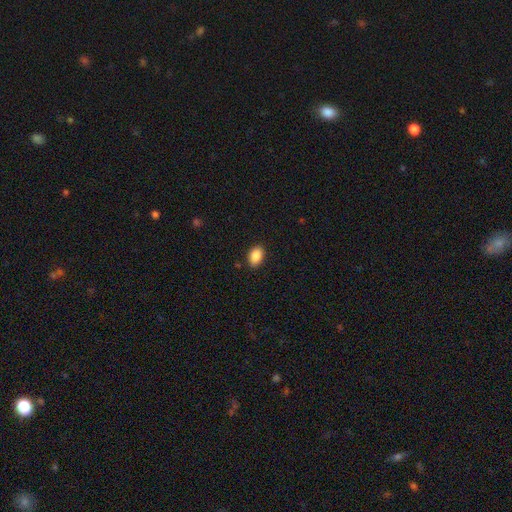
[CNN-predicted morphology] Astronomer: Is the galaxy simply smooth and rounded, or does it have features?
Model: smooth — 89%.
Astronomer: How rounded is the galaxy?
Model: in between — 87%.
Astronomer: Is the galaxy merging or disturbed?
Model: none — 88%.